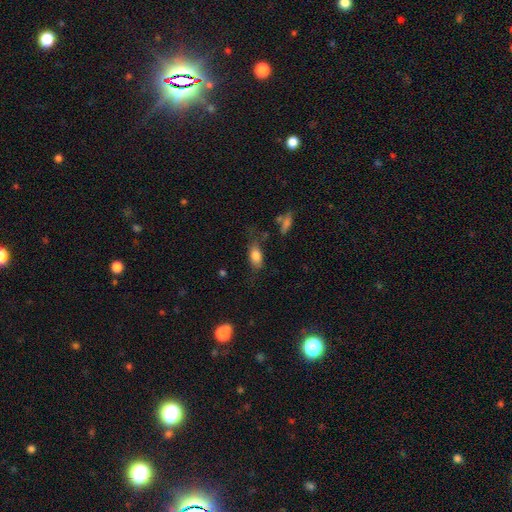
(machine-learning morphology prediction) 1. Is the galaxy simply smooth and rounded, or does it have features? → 79% smooth, 13% featured or disk, 8% star or artifact.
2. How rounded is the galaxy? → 84% in between, 10% cigar-shaped, 6% round.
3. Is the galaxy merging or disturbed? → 60% none, 25% minor disturbance, 11% major disturbance, 4% merger.